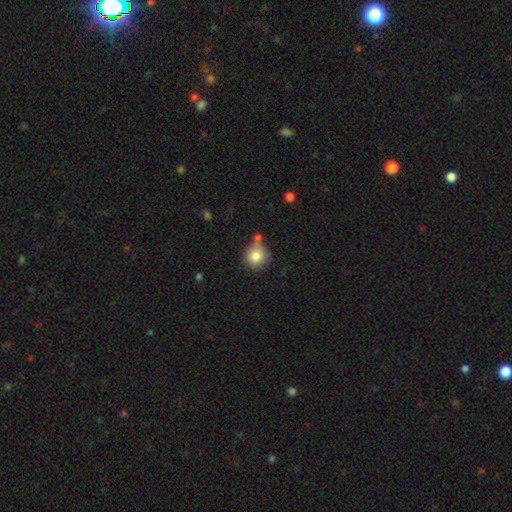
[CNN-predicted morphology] This appears to be a smooth galaxy with no disk features (83%) that is round (91%). Merging: none (64%).